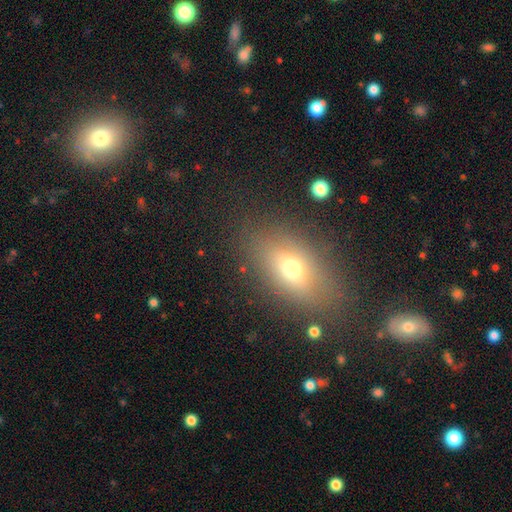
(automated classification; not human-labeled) Overall: smooth (60%; star or artifact 21%). How rounded: in between (81%). Merging: none (81%).